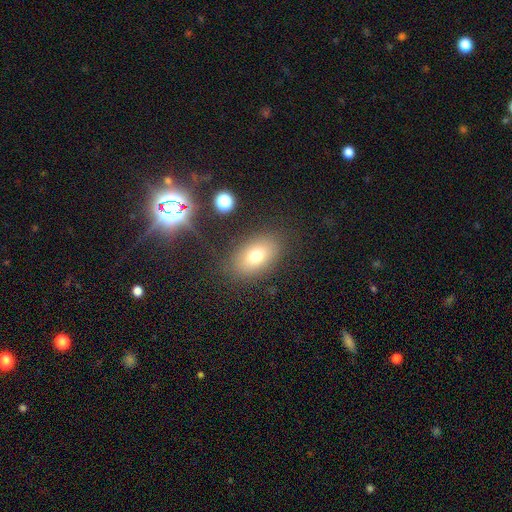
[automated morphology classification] type=smooth (73%); roundness=in between (86%); merging=none (81%).